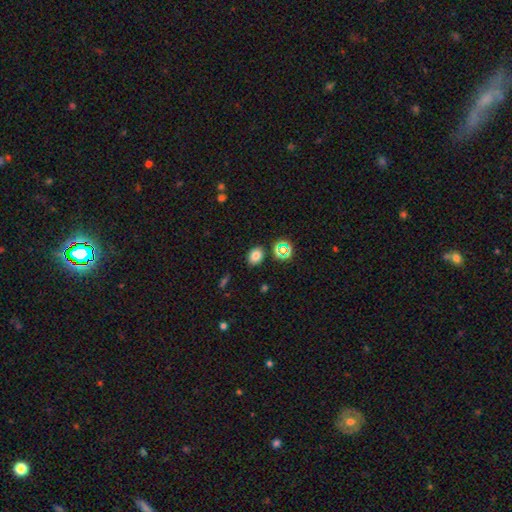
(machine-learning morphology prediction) smooth-or-featured: smooth: 76% | star or artifact: 16% | featured or disk: 7%
  how-rounded: in between: 63% | round: 36% | cigar-shaped: 1%
  merging: none: 84% | minor disturbance: 9% | merger: 4% | major disturbance: 3%